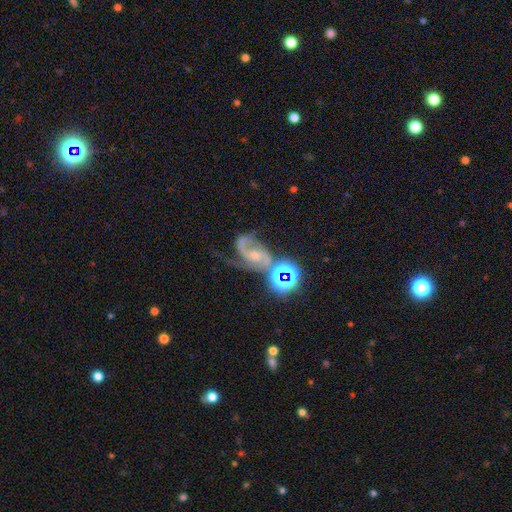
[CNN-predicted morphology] A featured or disk galaxy (70%) with no bar (54%), 2 (78%) medium (48%) spiral arms (92%) and a moderate central bulge (38%). Merging: none (31%).